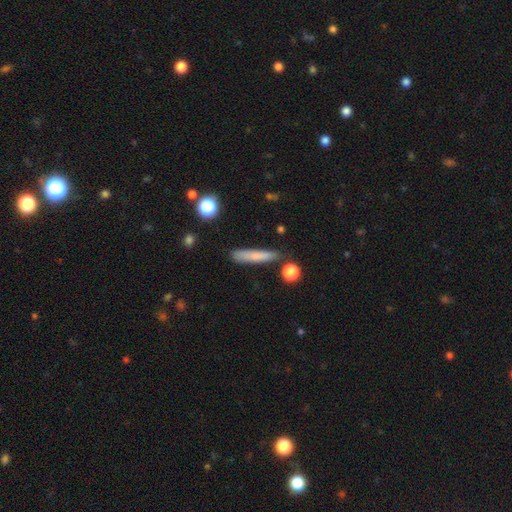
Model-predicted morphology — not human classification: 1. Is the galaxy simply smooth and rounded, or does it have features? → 75% smooth, 17% featured or disk, 8% star or artifact.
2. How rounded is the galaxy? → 90% cigar-shaped, 8% in between, 2% round.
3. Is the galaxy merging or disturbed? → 80% none, 13% minor disturbance, 4% merger, 3% major disturbance.